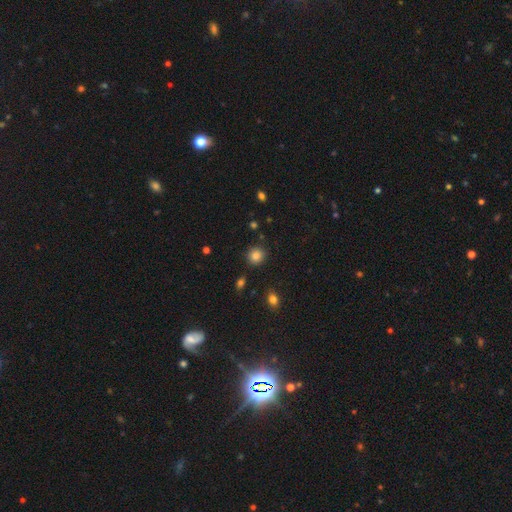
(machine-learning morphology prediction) The model was most divided on "smooth or featured": smooth: 84%, star or artifact: 11%, featured or disk: 5%. More confident: how rounded — round (89%); merging — none (88%).